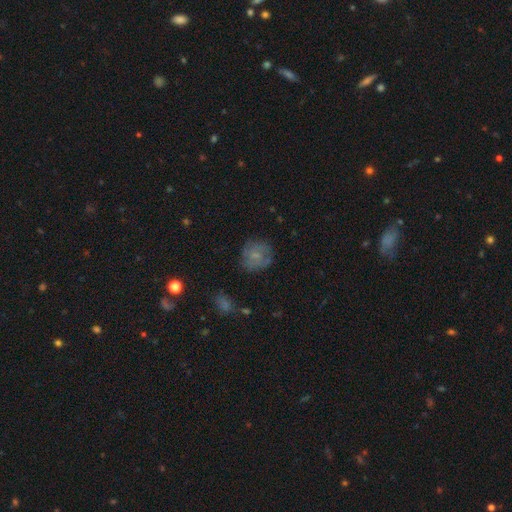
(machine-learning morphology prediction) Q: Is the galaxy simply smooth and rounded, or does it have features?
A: smooth — 62%.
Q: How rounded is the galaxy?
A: round — 79%.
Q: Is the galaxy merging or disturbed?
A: none — 70%.